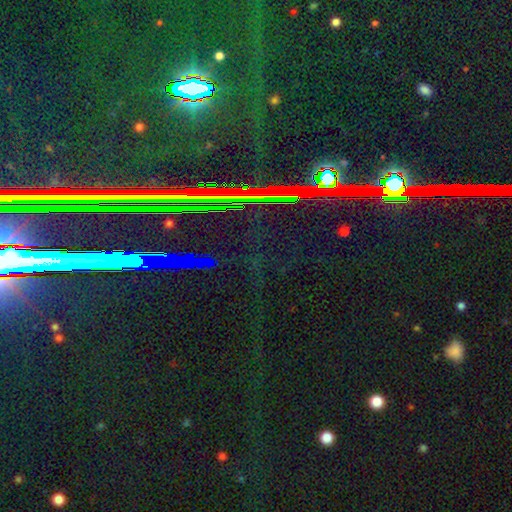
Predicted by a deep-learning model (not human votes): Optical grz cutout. It shows a star or artifact, not a galaxy (85%).